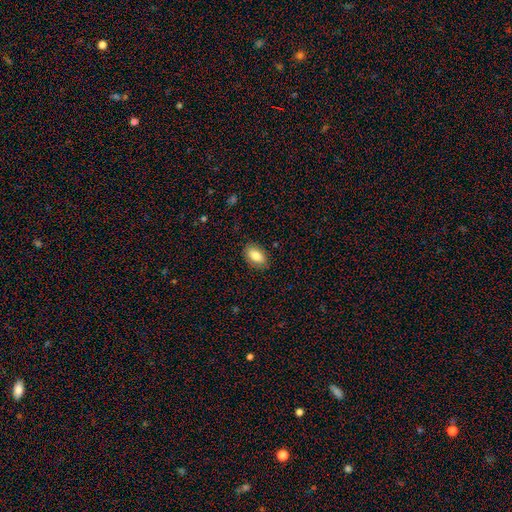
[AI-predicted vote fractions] The model was most divided on "merging": none: 86%, minor disturbance: 11%, major disturbance: 3%, merger: 1%. More confident: how rounded — in between (91%); smooth or featured — smooth (84%).